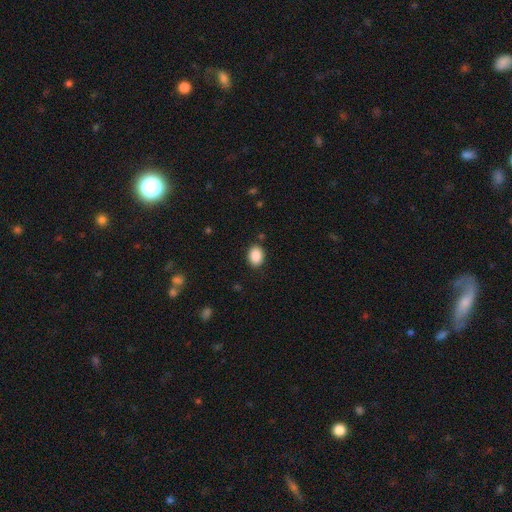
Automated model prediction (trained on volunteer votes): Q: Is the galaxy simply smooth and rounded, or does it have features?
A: smooth — 89%.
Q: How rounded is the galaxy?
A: in between — 71%.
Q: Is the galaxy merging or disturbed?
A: none — 86%.